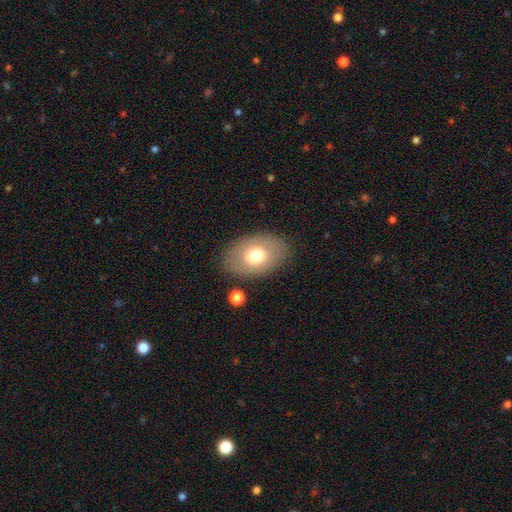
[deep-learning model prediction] Morphology: type=smooth (70%); roundness=in between (85%); merging=none (84%).